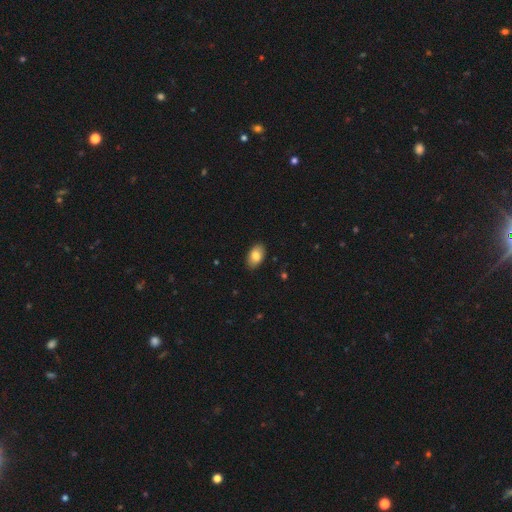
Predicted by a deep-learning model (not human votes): Morphology: type=smooth (84%); roundness=in between (92%); merging=none (87%).